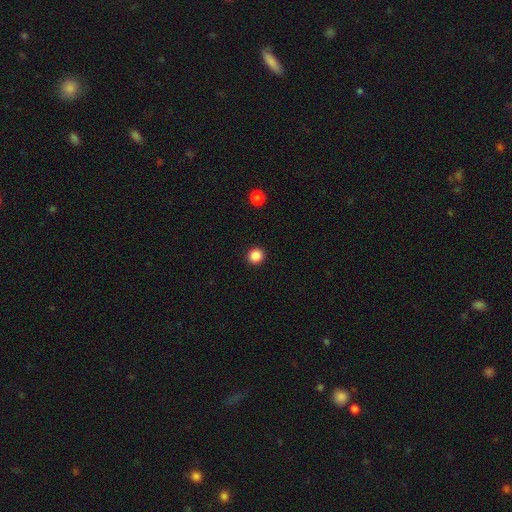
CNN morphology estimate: A smooth galaxy with no disk features (87%) that is round (92%).

Vote fractions:
- Smooth or featured? smooth: 87% / star or artifact: 10% / featured or disk: 3%
- How rounded? round: 92% / in between: 7% / cigar-shaped: 1%
- Merging? none: 93% / minor disturbance: 4% / major disturbance: 2% / merger: 1%